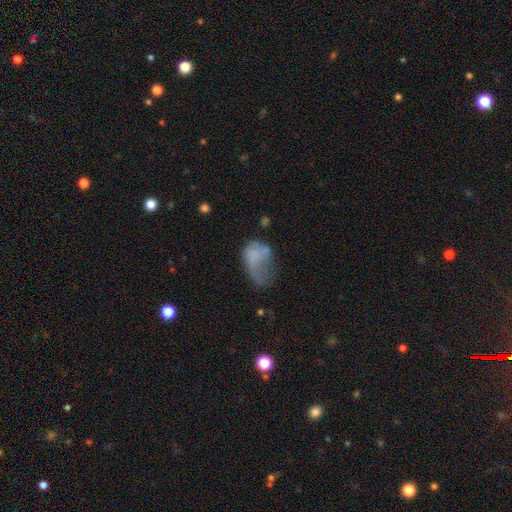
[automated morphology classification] A smooth galaxy with no disk features (57%) that is in between round and cigar-shaped (82%). Merging: major disturbance (55%).